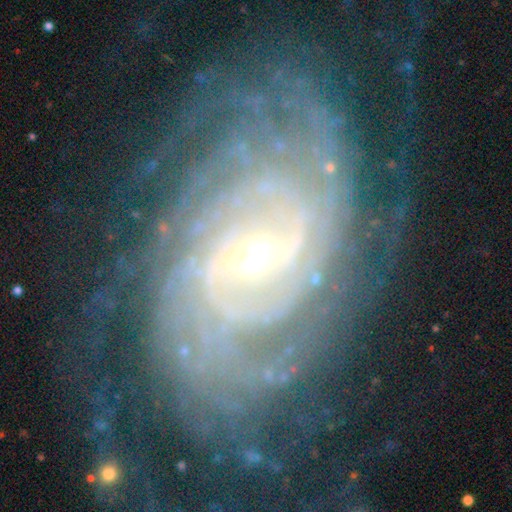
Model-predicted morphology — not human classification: This is clearly a featured or disk galaxy (91%). It is clearly not viewed edge-on (96%). Bar: marginally weak (44%). Spiral arm pattern: clearly yes (98%). Spiral arm count: marginally can't tell (26%). Spiral winding: clearly tight (80%). Central bulge: likely small (64%). Merging: likely none (71%).